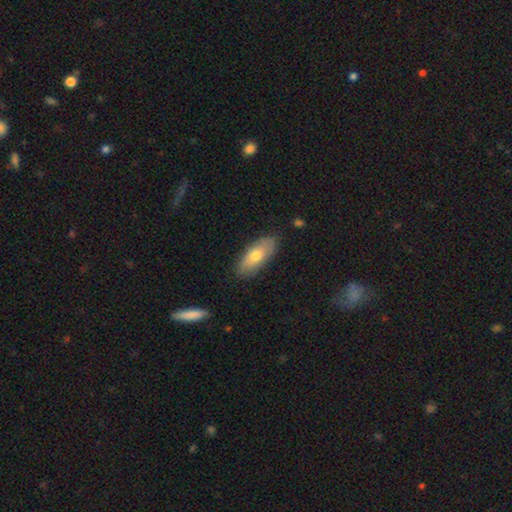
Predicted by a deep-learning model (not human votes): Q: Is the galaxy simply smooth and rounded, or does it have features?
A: smooth — 69%.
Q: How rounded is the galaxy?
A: in between — 81%.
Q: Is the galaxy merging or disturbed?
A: none — 84%.